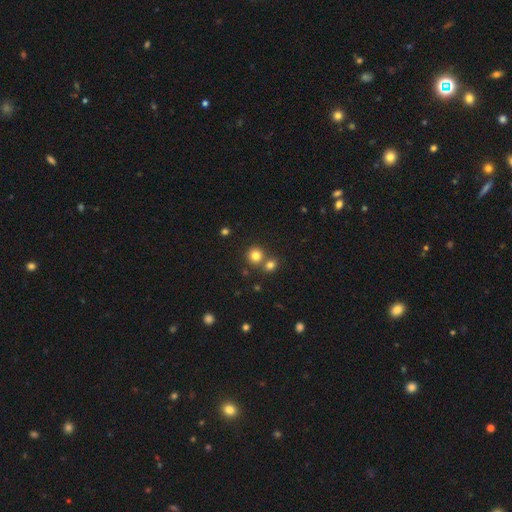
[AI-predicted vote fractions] A smooth galaxy with no disk features (80%) that is round (90%). Merging: none (64%).